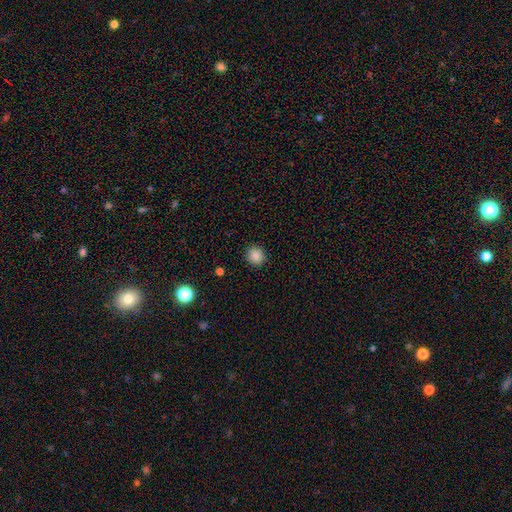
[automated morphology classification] smooth-or-featured: smooth: 87% | star or artifact: 10% | featured or disk: 3%
  how-rounded: round: 87% | in between: 12% | cigar-shaped: 1%
  merging: none: 91% | minor disturbance: 6% | major disturbance: 2% | merger: 1%